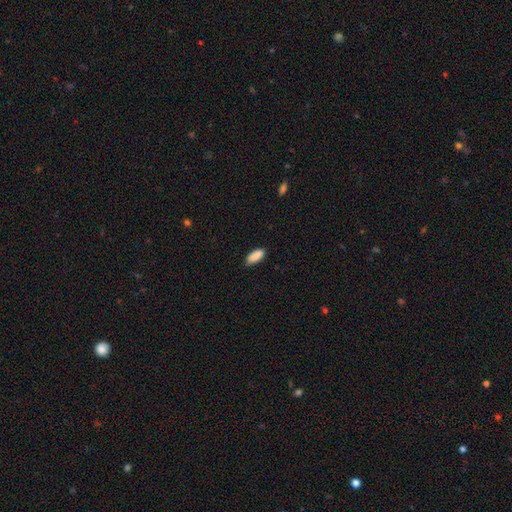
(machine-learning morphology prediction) Overall: smooth (89%). How rounded: in between (79%). Merging: none (81%).